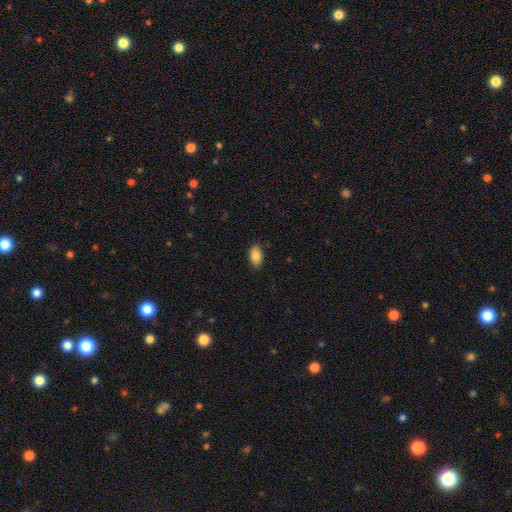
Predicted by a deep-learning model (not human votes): smooth_or_featured: smooth (p=0.86) [alt: star or artifact p=0.07]
how_rounded: in between (p=0.91) [alt: round p=0.07]
merging: none (p=0.85) [alt: minor disturbance p=0.11]